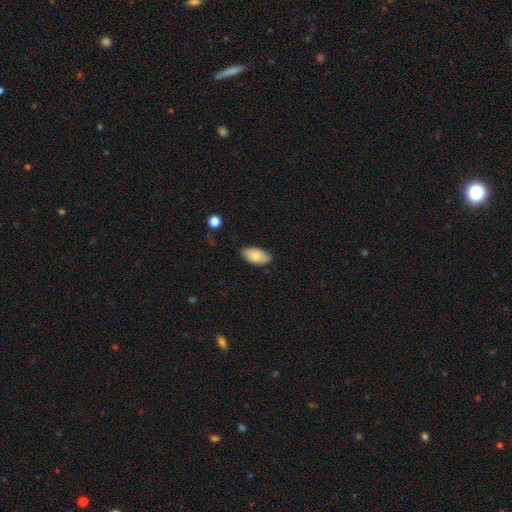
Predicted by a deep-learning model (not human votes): Smooth or featured: smooth — 82% (featured or disk — 12%)
How rounded: in between — 95% (round — 3%)
Merging: none — 81% (minor disturbance — 15%)